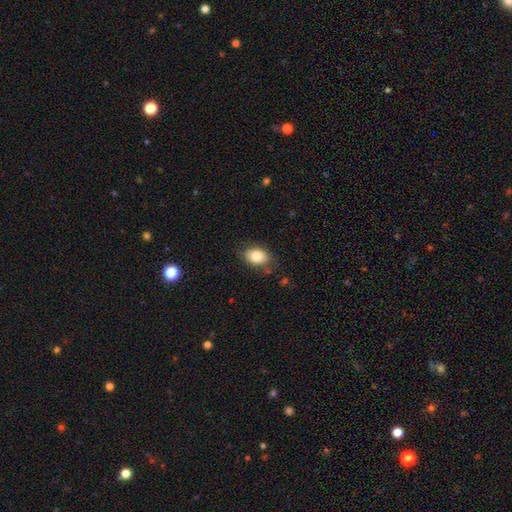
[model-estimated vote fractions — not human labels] smooth-or-featured: smooth: 82% | featured or disk: 10% | star or artifact: 8%
  how-rounded: in between: 82% | round: 16% | cigar-shaped: 1%
  merging: none: 78% | minor disturbance: 16% | major disturbance: 4% | merger: 2%